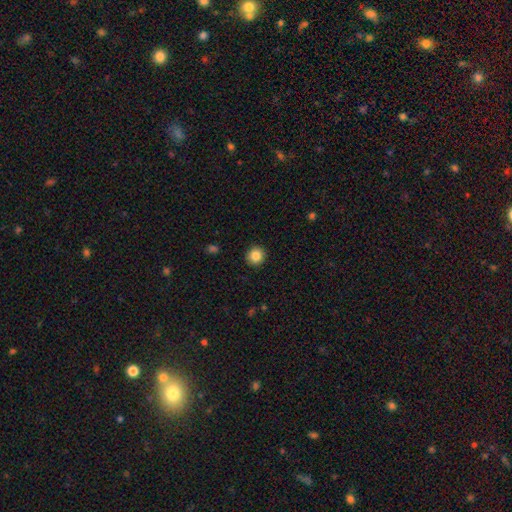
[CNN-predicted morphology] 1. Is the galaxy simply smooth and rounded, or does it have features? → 85% smooth, 10% star or artifact, 5% featured or disk.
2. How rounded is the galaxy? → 93% round, 6% in between, 1% cigar-shaped.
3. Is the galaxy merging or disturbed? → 92% none, 5% minor disturbance, 2% major disturbance, 1% merger.